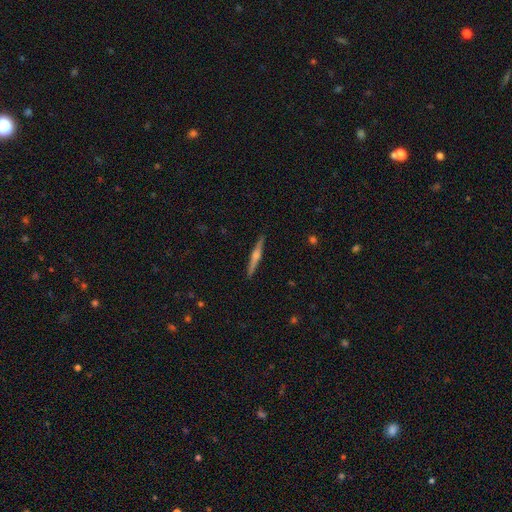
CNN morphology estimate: Smooth or featured?
  - featured or disk: 75% *
  - smooth: 19%
  - star or artifact: 6%
Edge-on disk?
  - yes: 98% *
  - no: 2%
Edge-on bulge?
  - rounded: 86% *
  - none: 8%
  - boxy: 7%
Merging?
  - none: 92% *
  - minor disturbance: 5%
  - major disturbance: 1%
  - merger: 1%